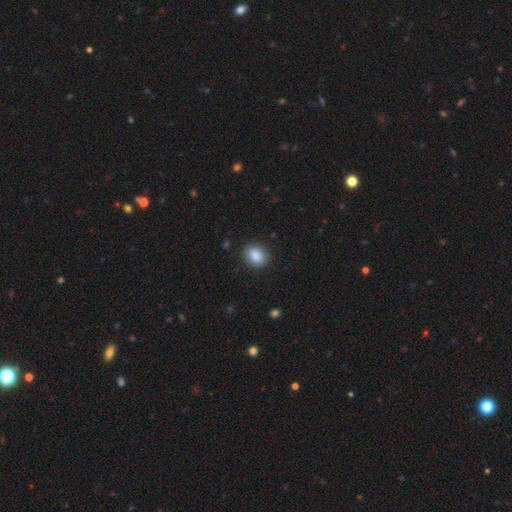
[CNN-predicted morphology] smooth 88%, star or artifact 8%, featured or disk 4%. Down the decision tree: how rounded — round (51%); merging — none (88%).